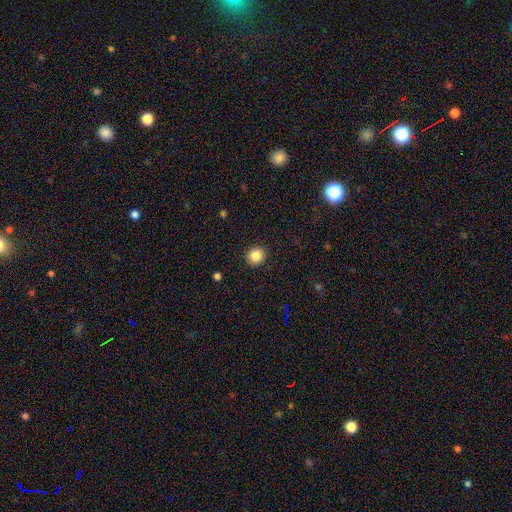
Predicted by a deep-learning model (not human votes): Smooth or featured? smooth (85%)
How rounded? round (89%)
Merging? none (92%)